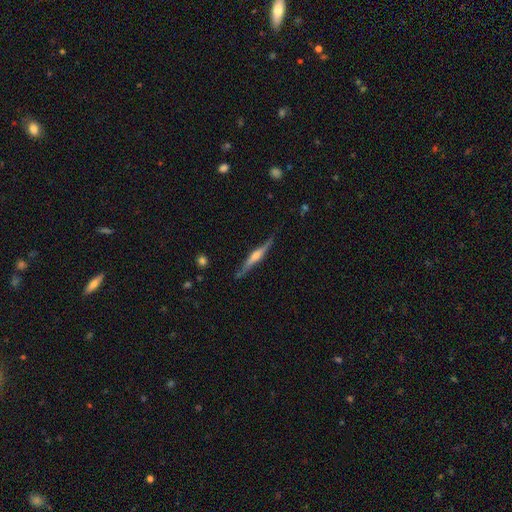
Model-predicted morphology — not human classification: type=featured or disk (72%); edge-on=yes (97%); edge-on bulge=rounded (75%); merging=none (81%).